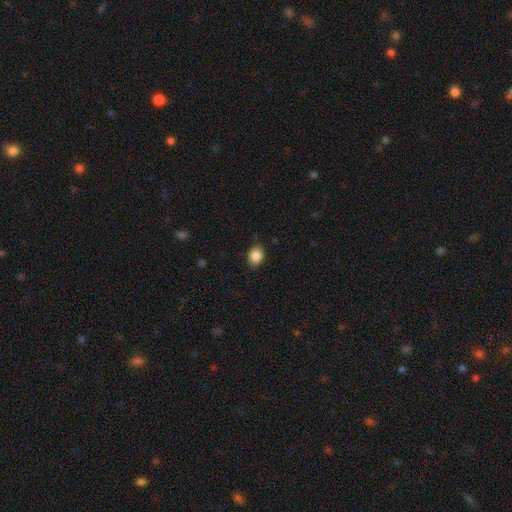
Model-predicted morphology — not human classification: Smooth or featured: smooth — 86% (star or artifact — 9%)
How rounded: in between — 62% (round — 37%)
Merging: none — 83% (minor disturbance — 14%)